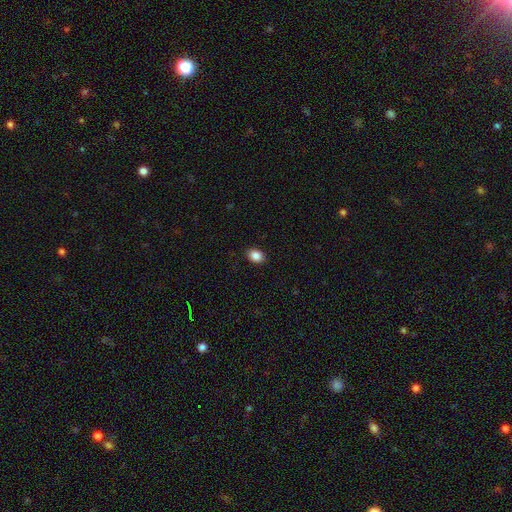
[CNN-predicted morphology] Q: Smooth or featured?
A: smooth (87%); runner-up: star or artifact (9%)
Q: How rounded?
A: in between (72%); runner-up: round (27%)
Q: Merging?
A: none (90%); runner-up: minor disturbance (7%)